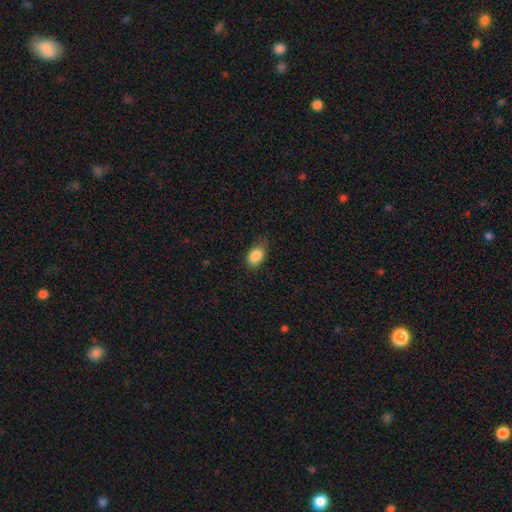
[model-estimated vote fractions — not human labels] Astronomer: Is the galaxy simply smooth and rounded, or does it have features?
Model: smooth — 87%.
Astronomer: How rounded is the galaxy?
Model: in between — 84%.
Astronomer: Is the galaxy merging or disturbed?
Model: none — 70%.